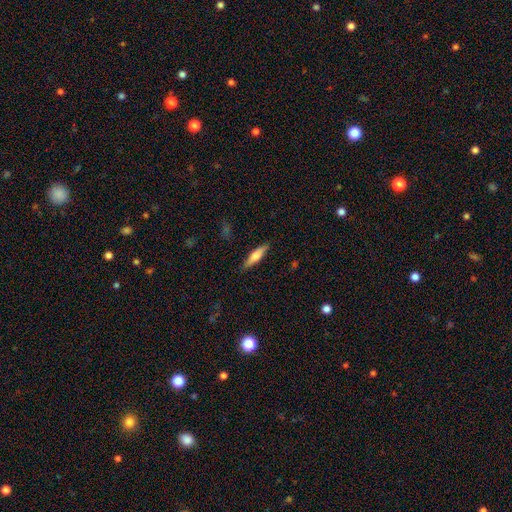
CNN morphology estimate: smooth_or_featured: smooth (p=0.58) [alt: featured or disk p=0.36]
how_rounded: cigar-shaped (p=0.74) [alt: in between p=0.24]
merging: none (p=0.88) [alt: minor disturbance p=0.09]